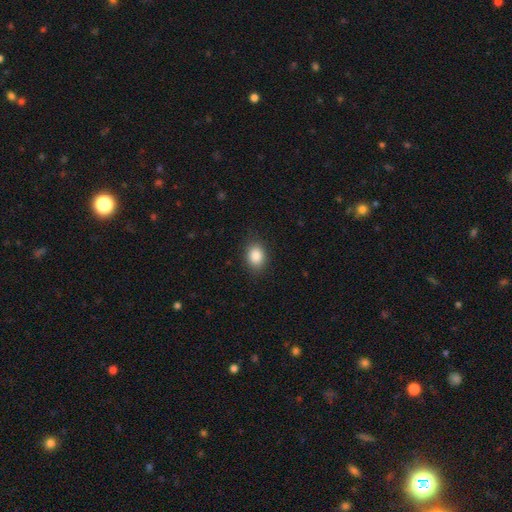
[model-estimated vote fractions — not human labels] smooth_or_featured: smooth (p=0.87) [alt: star or artifact p=0.09]
how_rounded: in between (p=0.65) [alt: round p=0.34]
merging: none (p=0.86) [alt: minor disturbance p=0.10]